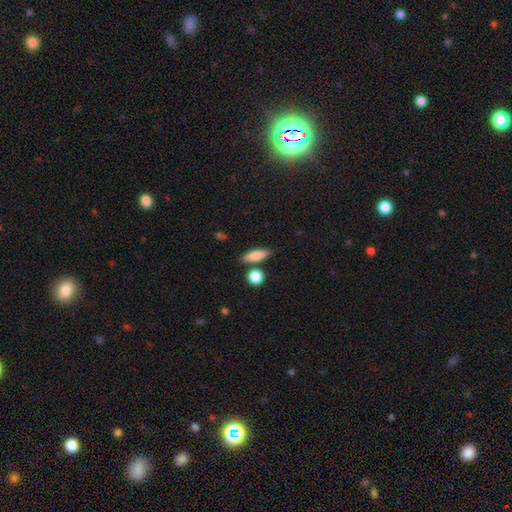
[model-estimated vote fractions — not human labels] smooth_or_featured: smooth (p=0.82) [alt: featured or disk p=0.11]
how_rounded: in between (p=0.52) [alt: cigar-shaped p=0.42]
merging: none (p=0.78) [alt: minor disturbance p=0.11]